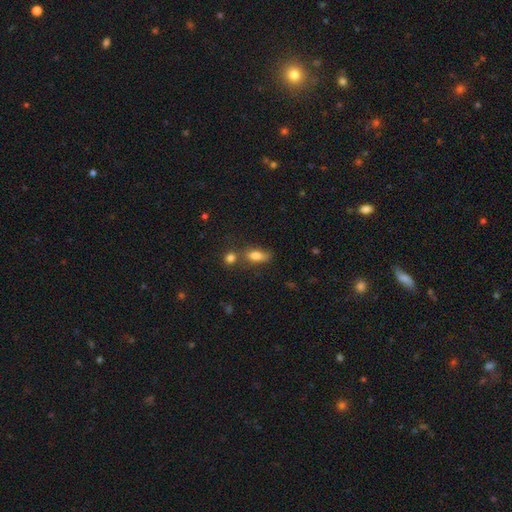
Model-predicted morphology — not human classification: Smooth or featured: smooth — 81% (featured or disk — 10%)
How rounded: in between — 76% (cigar-shaped — 17%)
Merging: none — 52% (merger — 24%)